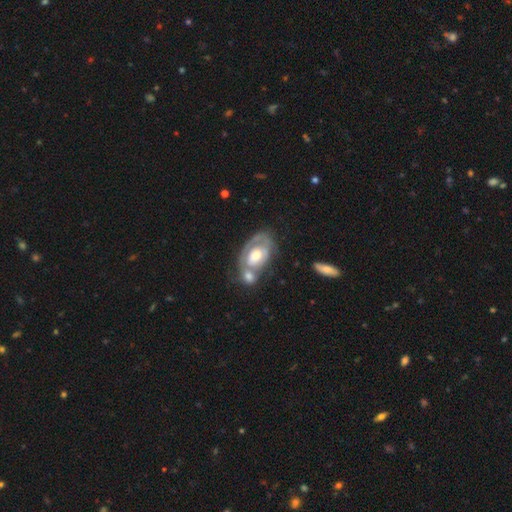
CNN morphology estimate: The model was most divided on "spiral arms": yes: 51%, no: 49%. Remaining: edge-on disk — no (94%); bar — no (74%); smooth or featured — featured or disk (66%); bulge size — moderate (59%); merging — merger (40%).